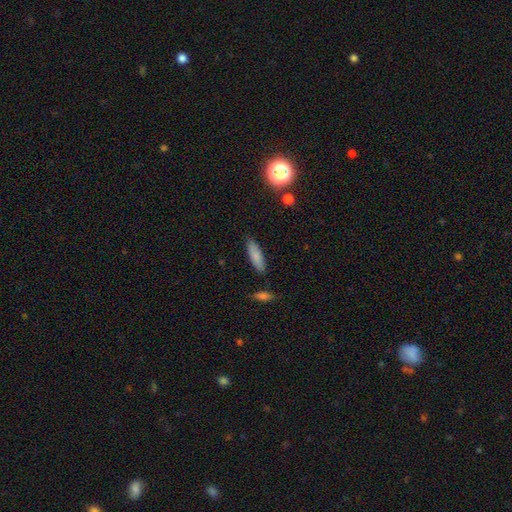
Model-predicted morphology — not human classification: A smooth galaxy with no disk features (81%) that is cigar-shaped (51%). Merging: none (85%).